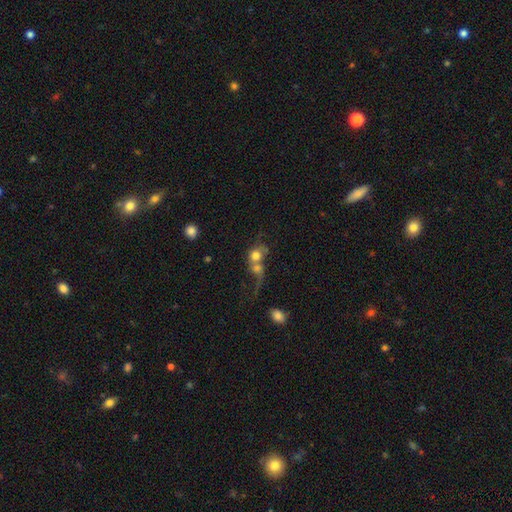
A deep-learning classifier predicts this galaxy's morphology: Smooth or featured? smooth (64%)
How rounded? round (67%)
Merging? merger (72%)